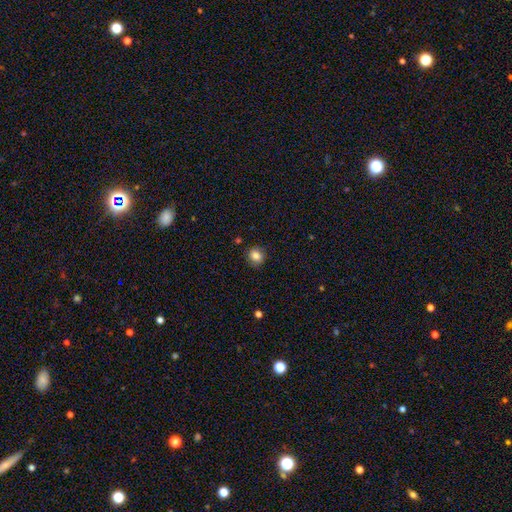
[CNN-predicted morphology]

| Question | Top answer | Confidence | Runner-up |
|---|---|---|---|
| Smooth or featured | smooth | 83% | star or artifact (10%) |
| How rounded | round | 79% | in between (20%) |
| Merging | none | 86% | minor disturbance (10%) |